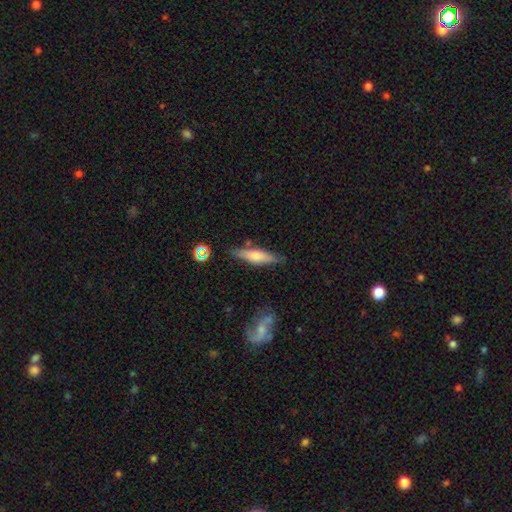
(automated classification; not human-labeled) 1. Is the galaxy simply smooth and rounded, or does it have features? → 55% smooth, 38% featured or disk, 7% star or artifact.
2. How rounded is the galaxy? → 74% cigar-shaped, 24% in between, 2% round.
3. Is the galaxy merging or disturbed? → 80% none, 14% minor disturbance, 4% merger, 3% major disturbance.